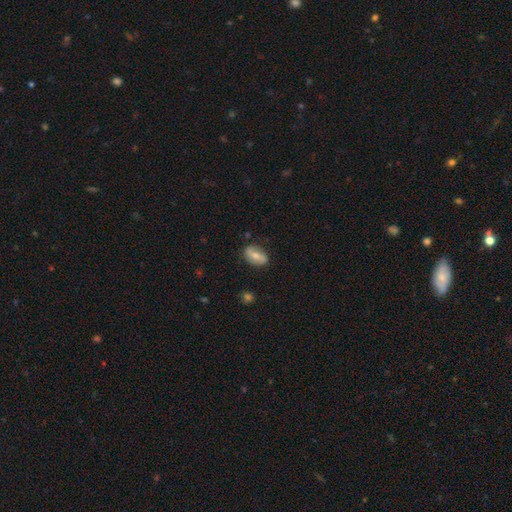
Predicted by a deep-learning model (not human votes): A smooth galaxy with no disk features (51%) that is in between round and cigar-shaped (86%).

Vote fractions:
- Smooth or featured? smooth: 51% / featured or disk: 42% / star or artifact: 7%
- How rounded? in between: 86% / round: 10% / cigar-shaped: 4%
- Merging? none: 80% / minor disturbance: 15% / major disturbance: 3% / merger: 2%